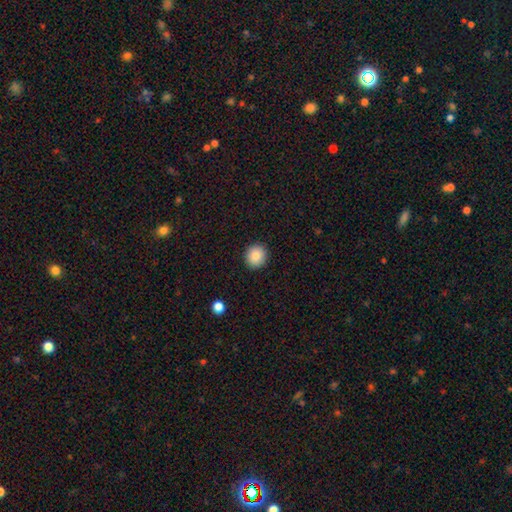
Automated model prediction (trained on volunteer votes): This is clearly a smooth galaxy (87%). How rounded: clearly round (84%). Merging: clearly none (91%).